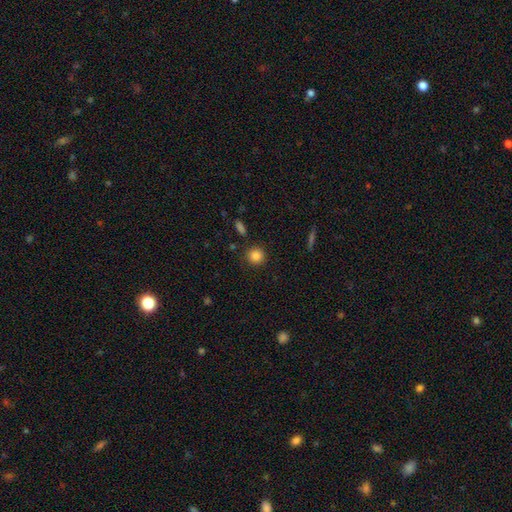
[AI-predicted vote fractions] Smooth or featured? Predicted: smooth (p=0.85). How rounded? Predicted: round (p=0.93). Merging? Predicted: none (p=0.89).